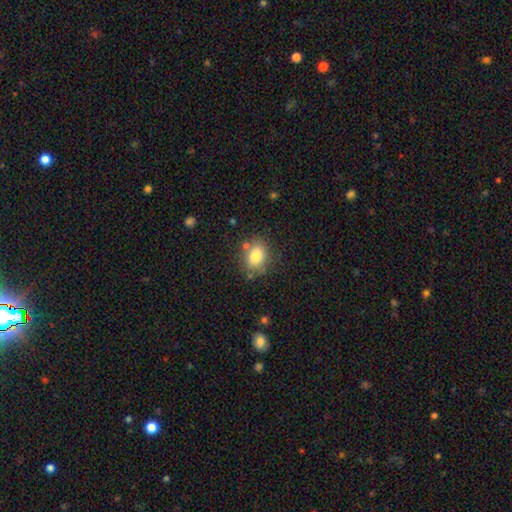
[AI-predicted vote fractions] A smooth galaxy with no disk features (81%) that is in between round and cigar-shaped (61%).

Vote fractions:
- Smooth or featured? smooth: 81% / star or artifact: 10% / featured or disk: 9%
- How rounded? in between: 61% / round: 37% / cigar-shaped: 1%
- Merging? none: 75% / minor disturbance: 15% / merger: 6% / major disturbance: 4%